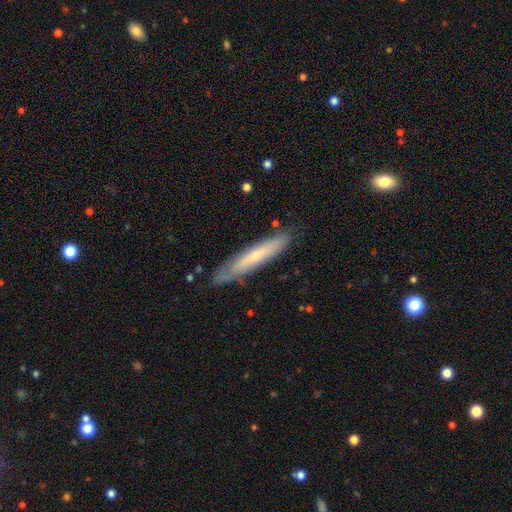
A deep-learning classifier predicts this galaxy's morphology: Q: Smooth or featured?
A: smooth (53%); runner-up: featured or disk (41%)
Q: How rounded?
A: cigar-shaped (90%); runner-up: in between (8%)
Q: Merging?
A: none (81%); runner-up: minor disturbance (15%)